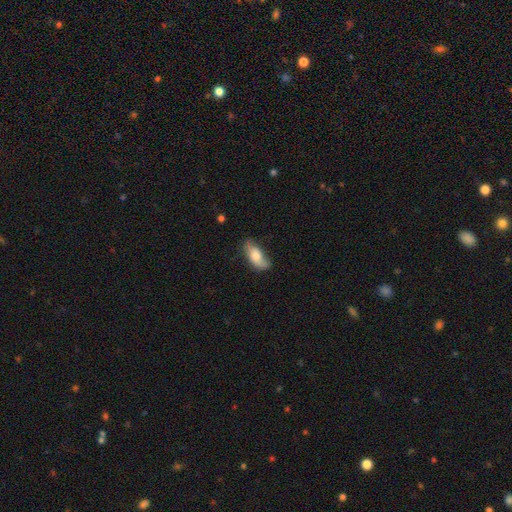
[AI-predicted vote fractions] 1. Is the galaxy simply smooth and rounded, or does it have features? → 64% smooth, 29% featured or disk, 7% star or artifact.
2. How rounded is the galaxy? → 86% in between, 11% cigar-shaped, 3% round.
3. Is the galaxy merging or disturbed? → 54% none, 32% minor disturbance, 12% major disturbance, 2% merger.